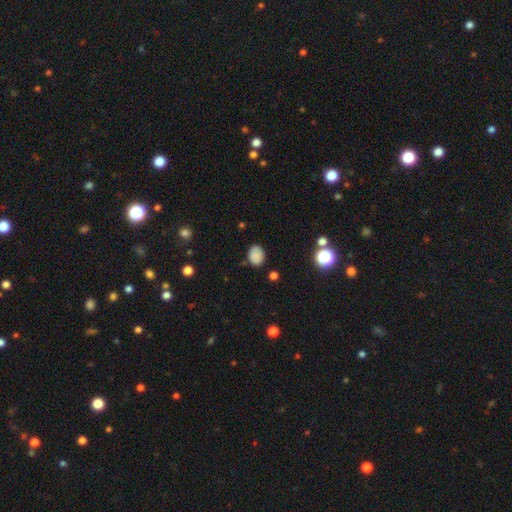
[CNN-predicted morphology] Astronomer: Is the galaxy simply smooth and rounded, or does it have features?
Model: smooth — 83%.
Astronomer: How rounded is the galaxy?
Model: in between — 56% (runner-up: round, 43%).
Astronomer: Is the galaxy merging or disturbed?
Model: none — 79%.